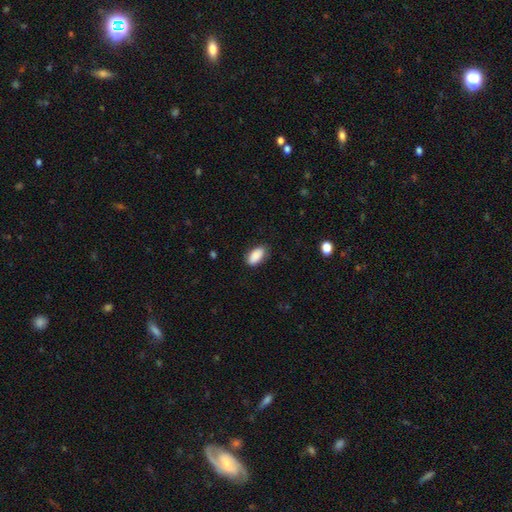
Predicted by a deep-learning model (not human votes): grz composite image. It shows a smooth galaxy with no disk features (89%) that is in between round and cigar-shaped (93%). Merging: none (82%).